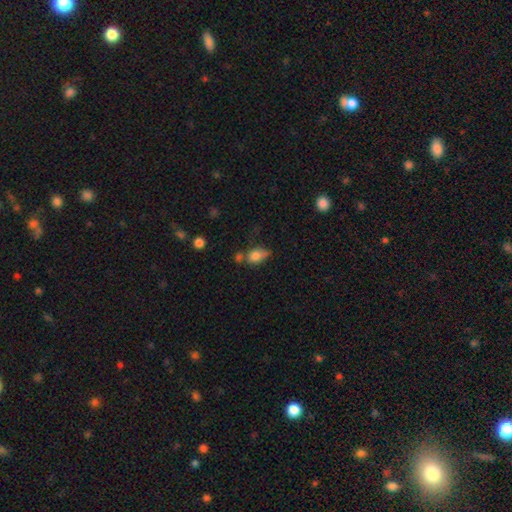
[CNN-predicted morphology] type=smooth (78%); roundness=in between (75%); merging=none (40%).